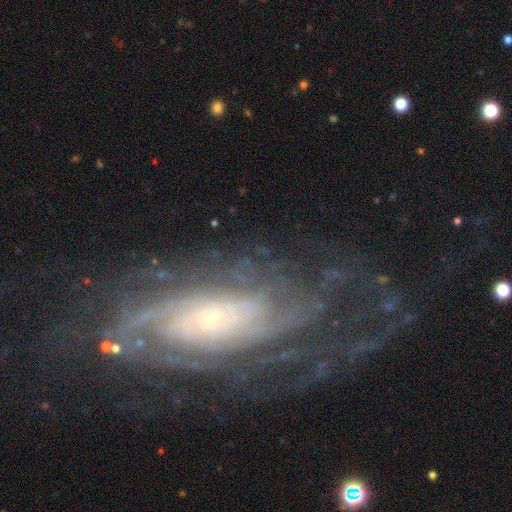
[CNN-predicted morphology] smooth_or_featured: featured or disk (p=0.87) [alt: smooth p=0.07]
disk_edge_on: no (p=0.91) [alt: yes p=0.09]
bar: no (p=0.69) [alt: weak p=0.21]
has_spiral_arms: yes (p=0.96) [alt: no p=0.04]
spiral_winding: tight (p=0.69) [alt: medium p=0.24]
spiral_arm_count: can't tell (p=0.38) [alt: more than 4 p=0.15]
bulge_size: small (p=0.57) [alt: moderate p=0.29]
merging: none (p=0.71) [alt: minor disturbance p=0.16]